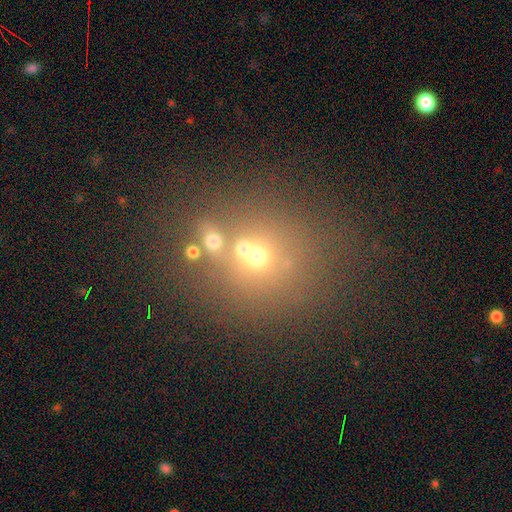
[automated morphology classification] A smooth galaxy with no disk features (50%) that is round (80%). Merging: none (52%).